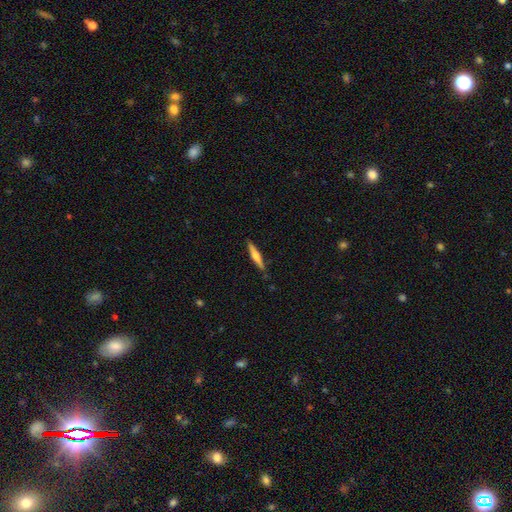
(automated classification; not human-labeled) Overall: featured or disk (54%; smooth 40%). Edge-on disk: yes (97%). Edge-on bulge: rounded (80%). Merging: none (87%).